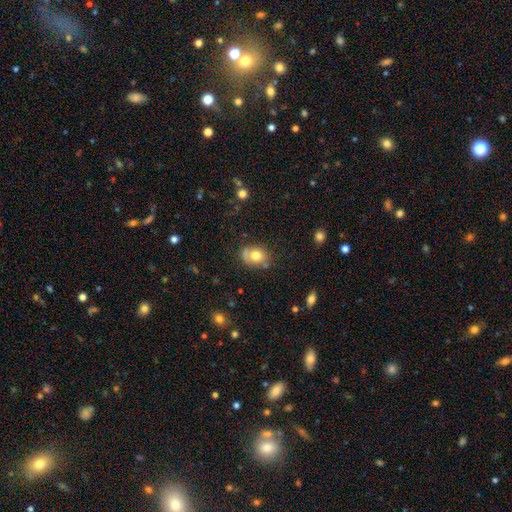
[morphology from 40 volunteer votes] Volunteers were most divided on "how rounded": round: 55%, in between: 45%, cigar-shaped: 0%. More confident: smooth or featured — smooth (72%); merging — none (63%).